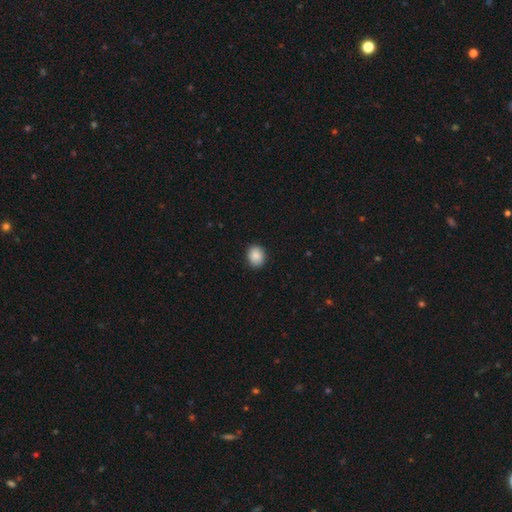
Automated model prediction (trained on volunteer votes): Q: Smooth or featured?
A: smooth (89%); runner-up: star or artifact (8%)
Q: How rounded?
A: round (61%); runner-up: in between (38%)
Q: Merging?
A: none (90%); runner-up: minor disturbance (8%)